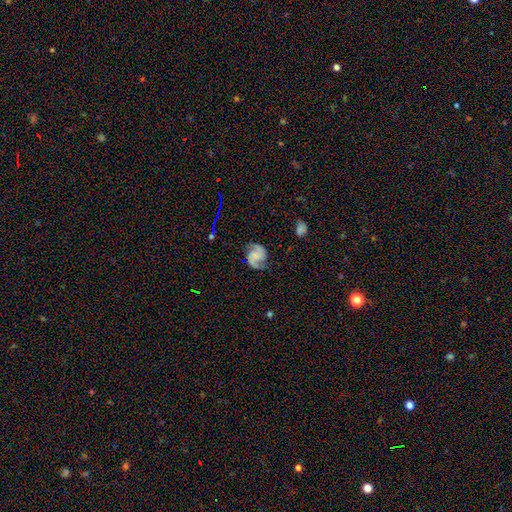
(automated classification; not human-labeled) Smooth or featured? Predicted: featured or disk (p=0.85). Edge-on disk? Predicted: no (p=0.98). Bar? Predicted: no (p=0.52). Spiral arms? Predicted: yes (p=0.97). Spiral winding? Predicted: medium (p=0.52). Spiral arm count? Predicted: 2 (p=0.93). Bulge size? Predicted: none (p=0.61). Merging? Predicted: none (p=0.78).